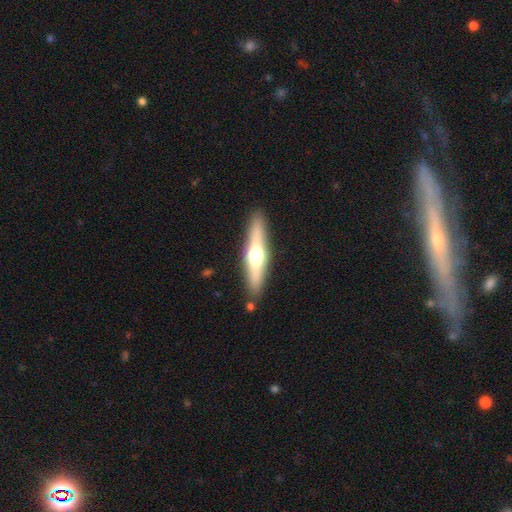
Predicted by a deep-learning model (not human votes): smooth-or-featured: featured or disk: 55% | smooth: 40% | star or artifact: 6%
  disk-edge-on: yes: 92% | no: 8%
    edge-on-bulge: rounded: 92% | none: 4% | boxy: 4%
  merging: none: 88% | minor disturbance: 8% | merger: 2% | major disturbance: 2%